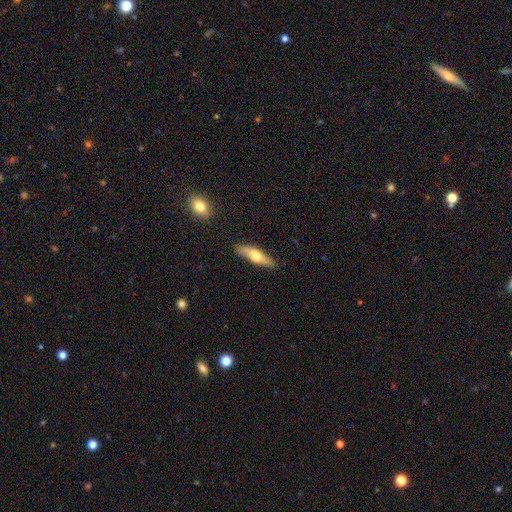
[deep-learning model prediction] Smooth or featured? smooth (53%)
How rounded? cigar-shaped (66%)
Merging? none (87%)